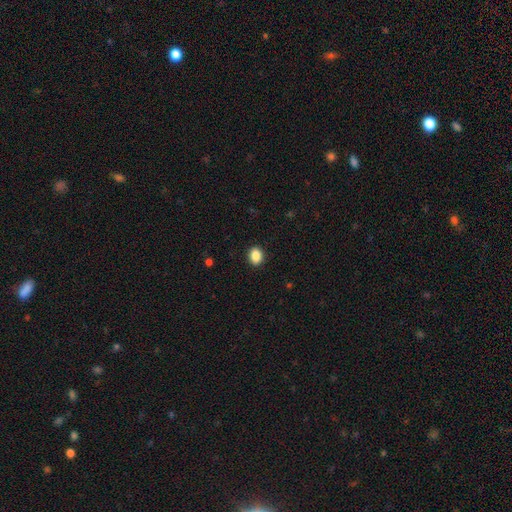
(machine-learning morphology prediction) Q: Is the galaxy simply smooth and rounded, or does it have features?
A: smooth — 88%.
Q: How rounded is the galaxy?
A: in between — 63%.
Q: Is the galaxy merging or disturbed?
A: none — 91%.